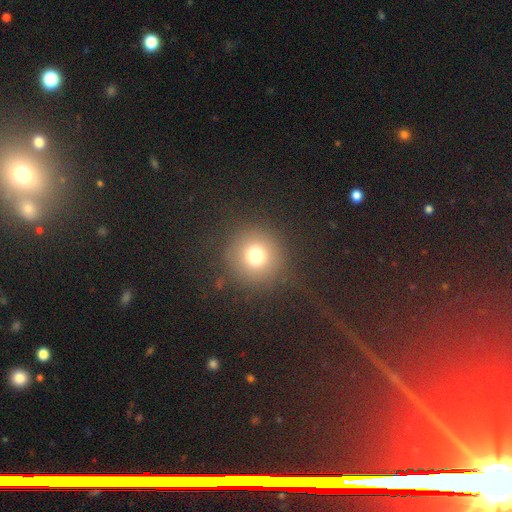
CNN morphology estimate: The model was most divided on "smooth or featured": smooth: 74%, star or artifact: 16%, featured or disk: 10%. More confident: how rounded — round (95%); merging — none (84%).